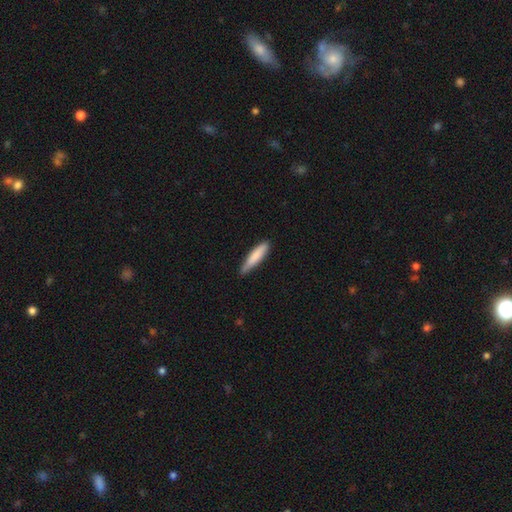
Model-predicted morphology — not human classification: Smooth or featured? smooth (81%)
How rounded? cigar-shaped (84%)
Merging? none (74%)